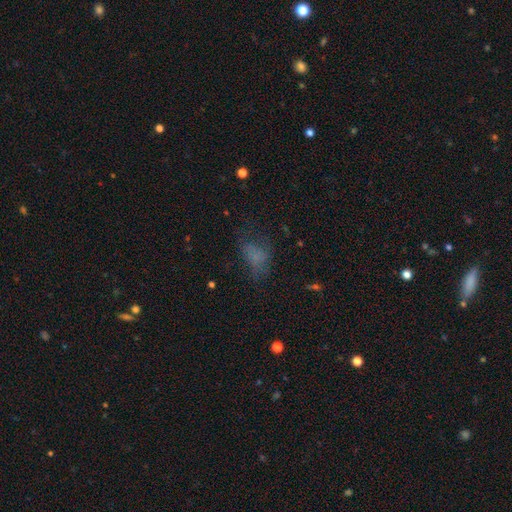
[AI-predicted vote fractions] A smooth galaxy with no disk features (58%) that is in between round and cigar-shaped (80%). Merging: none (41%).